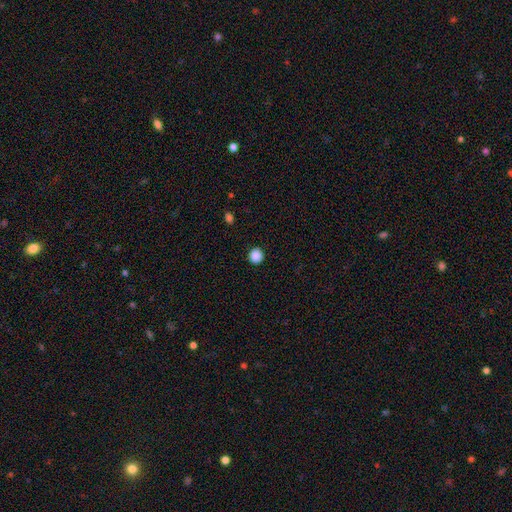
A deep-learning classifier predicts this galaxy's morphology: Overall: smooth (88%). How rounded: round (91%). Merging: none (92%).